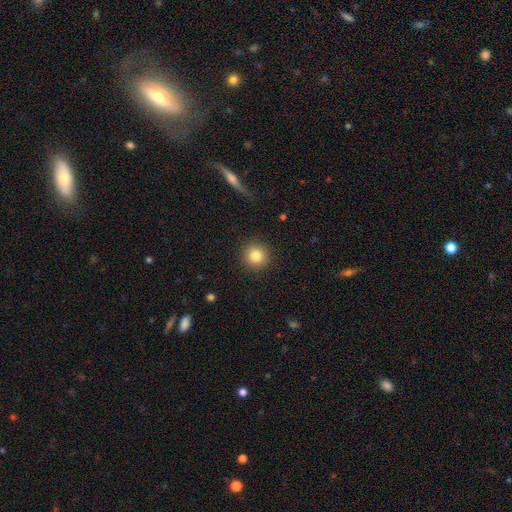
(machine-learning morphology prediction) Smooth or featured: smooth — 82% (star or artifact — 11%)
How rounded: round — 94% (in between — 5%)
Merging: none — 92% (minor disturbance — 5%)